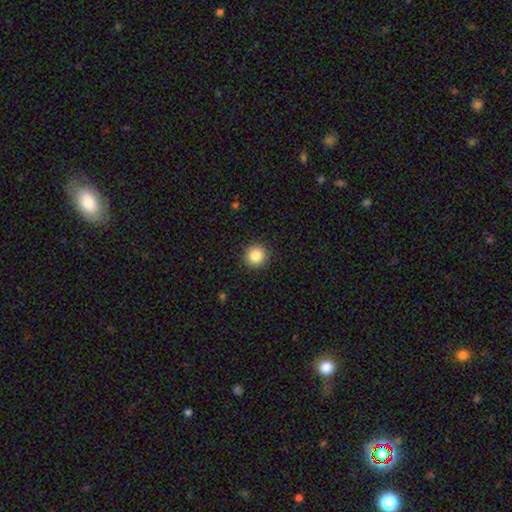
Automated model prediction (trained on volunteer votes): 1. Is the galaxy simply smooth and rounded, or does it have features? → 85% smooth, 10% star or artifact, 5% featured or disk.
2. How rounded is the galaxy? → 94% round, 5% in between, 1% cigar-shaped.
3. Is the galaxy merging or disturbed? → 92% none, 6% minor disturbance, 2% major disturbance, 1% merger.